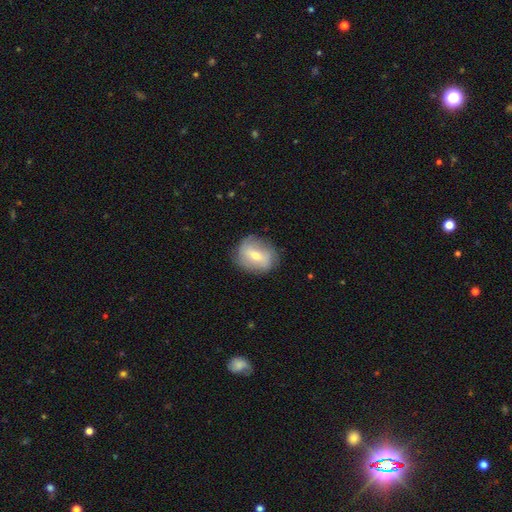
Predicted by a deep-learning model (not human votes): Smooth or featured? Predicted: smooth (p=0.50). Merging? Predicted: none (p=0.76).